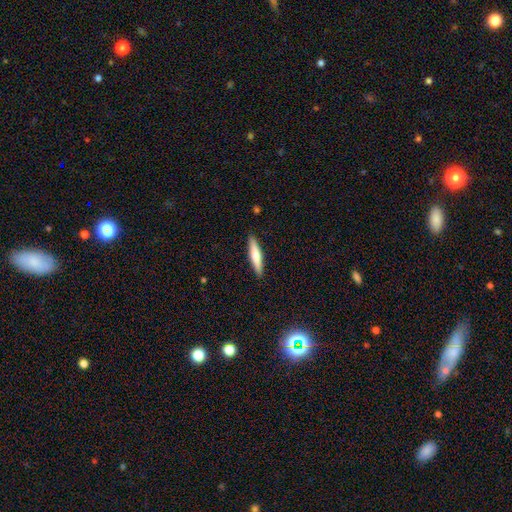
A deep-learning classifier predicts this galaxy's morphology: Overall: smooth (61%; featured or disk 33%). How rounded: cigar-shaped (87%). Merging: none (90%).